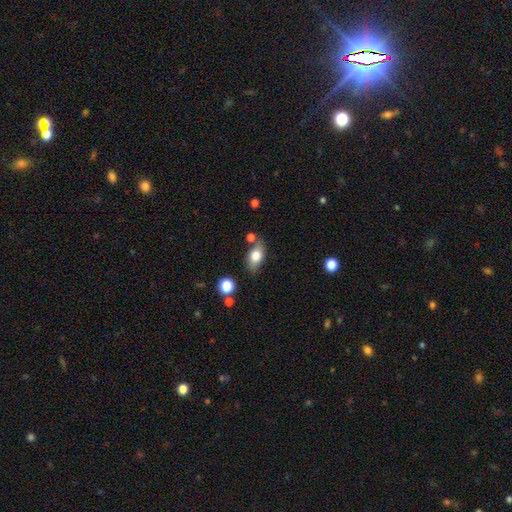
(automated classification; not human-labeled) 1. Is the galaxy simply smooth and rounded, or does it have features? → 75% smooth, 17% featured or disk, 8% star or artifact.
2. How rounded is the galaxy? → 83% in between, 11% round, 6% cigar-shaped.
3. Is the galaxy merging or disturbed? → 71% none, 16% minor disturbance, 9% merger, 4% major disturbance.